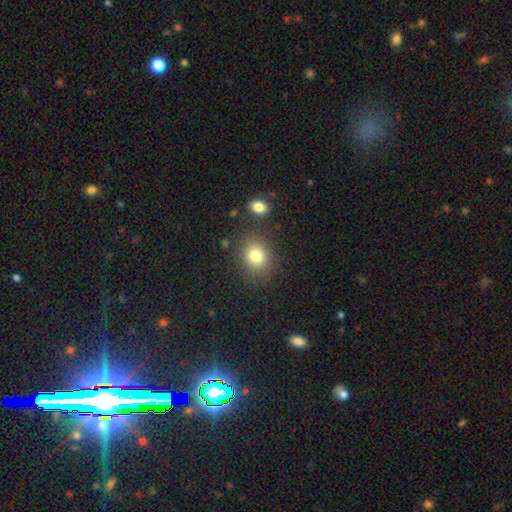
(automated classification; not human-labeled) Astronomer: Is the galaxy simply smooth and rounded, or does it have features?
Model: smooth — 80%.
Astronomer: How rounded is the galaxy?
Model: round — 66%.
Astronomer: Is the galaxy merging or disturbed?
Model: none — 83%.